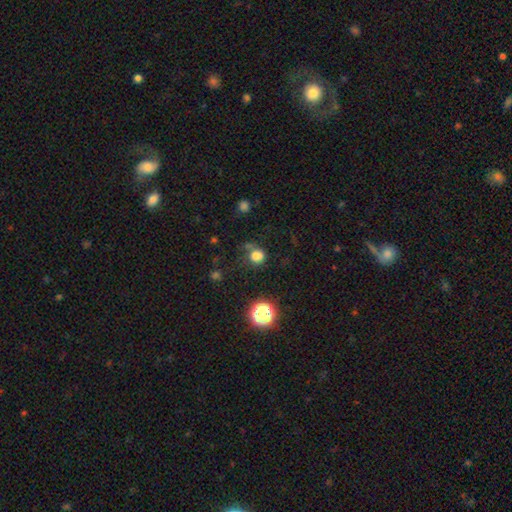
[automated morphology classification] Q: Smooth or featured?
A: smooth (75%); runner-up: star or artifact (19%)
Q: How rounded?
A: round (81%); runner-up: in between (18%)
Q: Merging?
A: none (61%); runner-up: minor disturbance (19%)